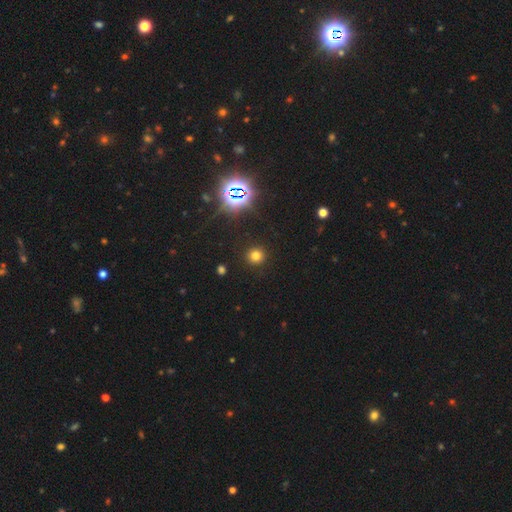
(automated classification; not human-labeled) The model was most divided on "smooth or featured": smooth: 72%, star or artifact: 22%, featured or disk: 6%. More confident: how rounded — round (93%); merging — none (91%).